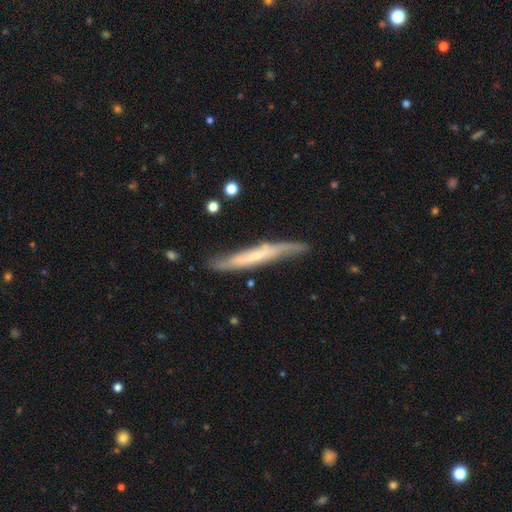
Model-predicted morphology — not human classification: Q: Smooth or featured?
A: featured or disk (58%); runner-up: smooth (36%)
Q: Edge-on disk?
A: yes (79%); runner-up: no (21%)
Q: Merging?
A: none (72%); runner-up: minor disturbance (21%)